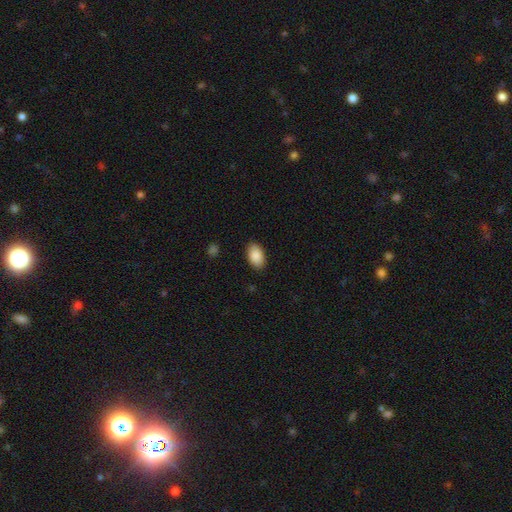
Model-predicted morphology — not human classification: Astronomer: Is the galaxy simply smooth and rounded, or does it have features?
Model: smooth — 89%.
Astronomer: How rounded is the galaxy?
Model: in between — 94%.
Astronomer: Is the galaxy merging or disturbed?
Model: none — 88%.